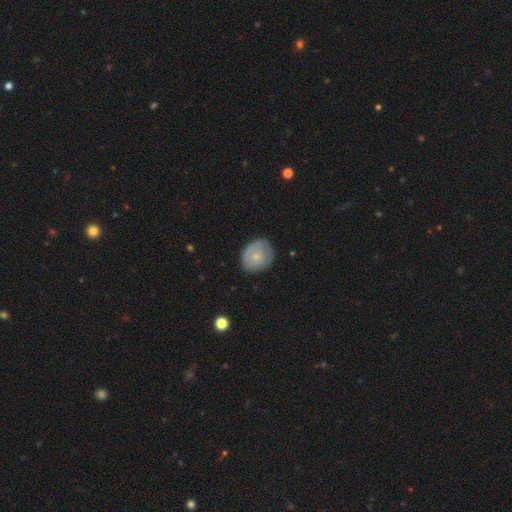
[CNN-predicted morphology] smooth 66%, featured or disk 27%, star or artifact 7%. Down the decision tree: how rounded — round (62%); merging — none (75%).